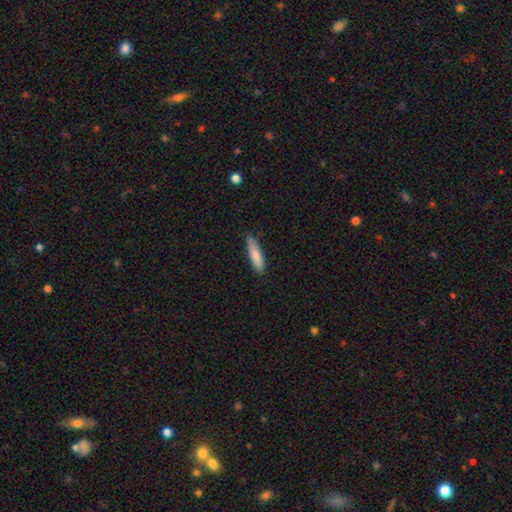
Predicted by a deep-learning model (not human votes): Smooth or featured?
  - smooth: 79% *
  - featured or disk: 16%
  - star or artifact: 6%
How rounded?
  - cigar-shaped: 73% *
  - in between: 26%
  - round: 2%
Merging?
  - none: 83% *
  - minor disturbance: 14%
  - major disturbance: 2%
  - merger: 1%